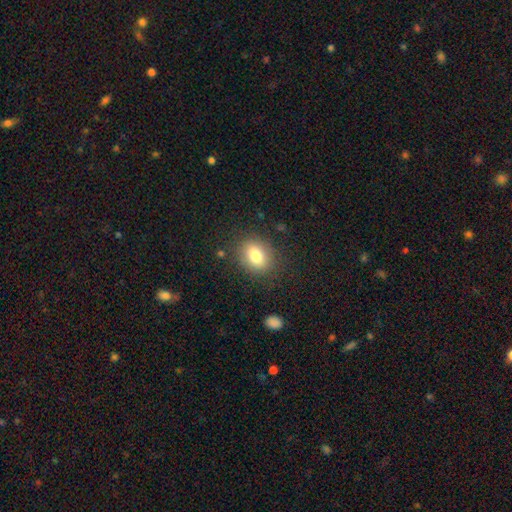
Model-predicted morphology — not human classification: This appears to be a smooth galaxy with no disk features (79%) that is round (51%). Merging: none (83%).